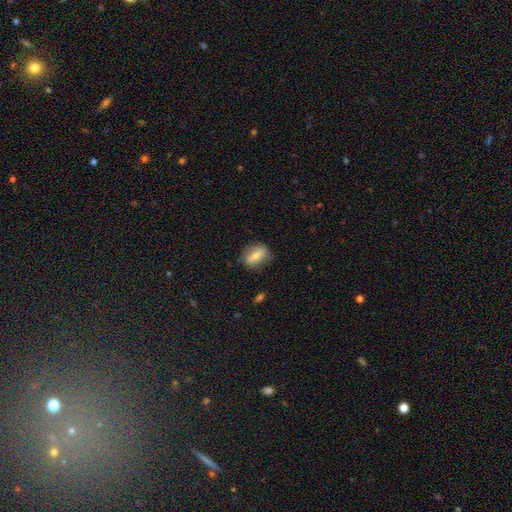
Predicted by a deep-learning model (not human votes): smooth 58%, featured or disk 34%, star or artifact 8%. Down the decision tree: how rounded — in between (69%); merging — none (75%).